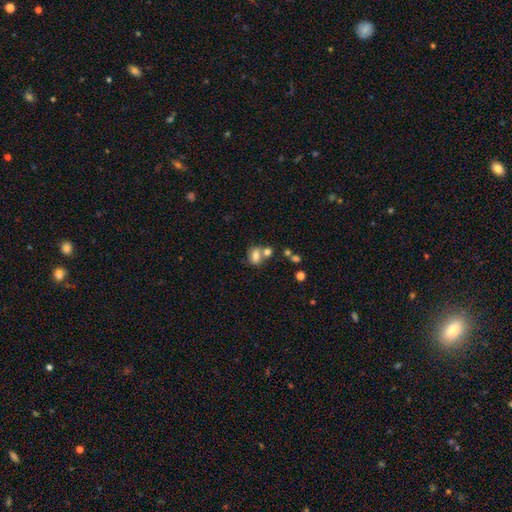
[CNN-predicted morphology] smooth-or-featured: smooth: 71% | featured or disk: 18% | star or artifact: 11%
  how-rounded: in between: 59% | round: 39% | cigar-shaped: 2%
  merging: merger: 42% | none: 41% | minor disturbance: 12% | major disturbance: 5%